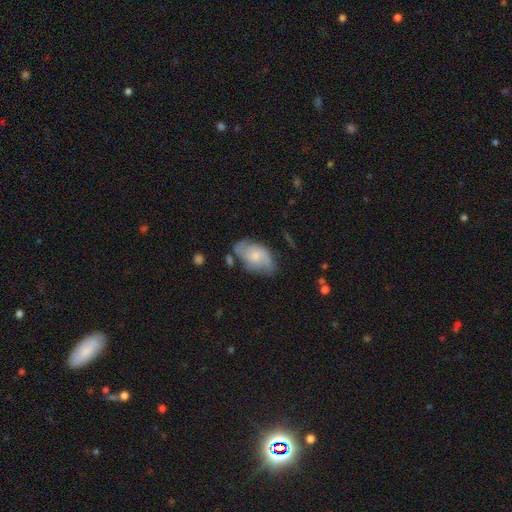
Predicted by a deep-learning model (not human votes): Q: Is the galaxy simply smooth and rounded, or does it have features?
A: featured or disk — 56%.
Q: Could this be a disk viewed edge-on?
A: no — 95%.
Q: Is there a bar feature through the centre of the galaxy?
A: no — 60%.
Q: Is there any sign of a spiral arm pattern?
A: yes — 86%.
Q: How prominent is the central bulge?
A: small — 38%.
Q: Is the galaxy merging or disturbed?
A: none — 59%.